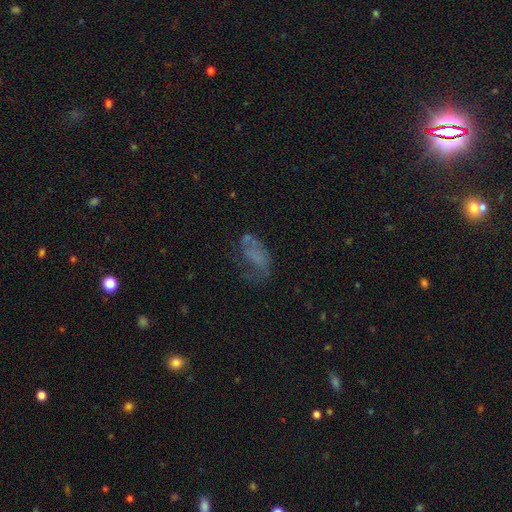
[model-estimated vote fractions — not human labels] A featured or disk galaxy (44%).

Vote fractions:
- Smooth or featured? featured or disk: 44% / smooth: 40% / star or artifact: 16%
- Merging? major disturbance: 38% / none: 34% / minor disturbance: 21% / merger: 7%